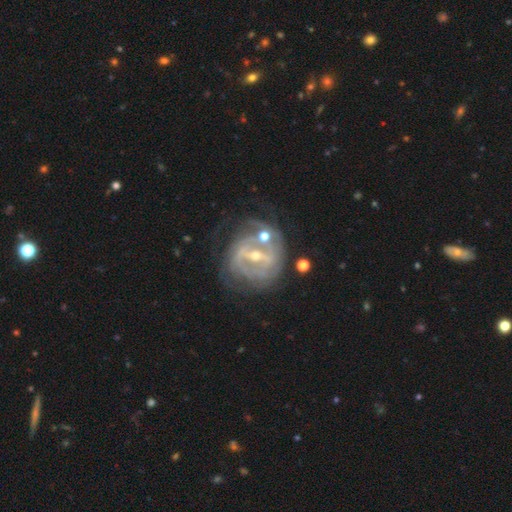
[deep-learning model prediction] Smooth or featured: featured or disk — 87% (smooth — 7%)
Edge-on disk: no — 95% (yes — 5%)
Bar: strong — 62% (weak — 28%)
Spiral arms: yes — 84% (no — 16%)
Spiral winding: tight — 57% (medium — 31%)
Spiral arm count: 2 — 35% (can't tell — 34%)
Bulge size: small — 55% (moderate — 42%)
Merging: none — 59% (minor disturbance — 19%)